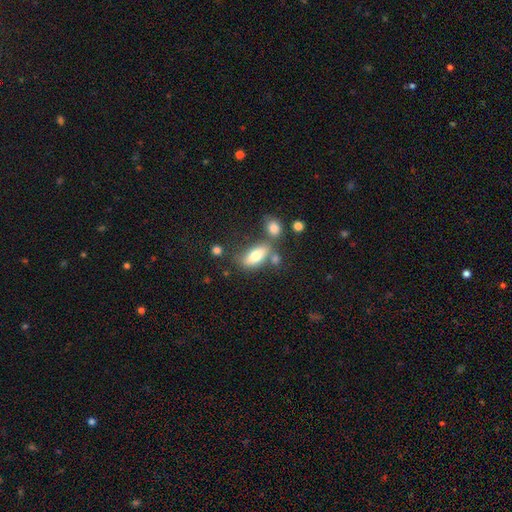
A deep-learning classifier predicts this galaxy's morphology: The model was most divided on "merging": none: 55%, merger: 21%, minor disturbance: 16%, major disturbance: 7%. More confident: how rounded — in between (78%); smooth or featured — smooth (73%).